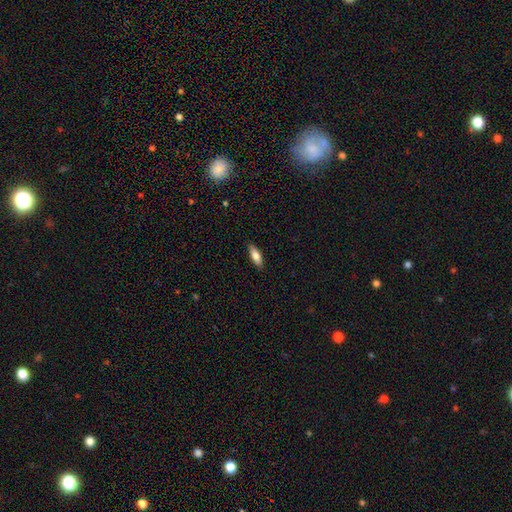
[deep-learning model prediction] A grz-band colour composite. It shows a smooth galaxy with no disk features (74%) that is in between round and cigar-shaped (57%). Merging: none (89%).